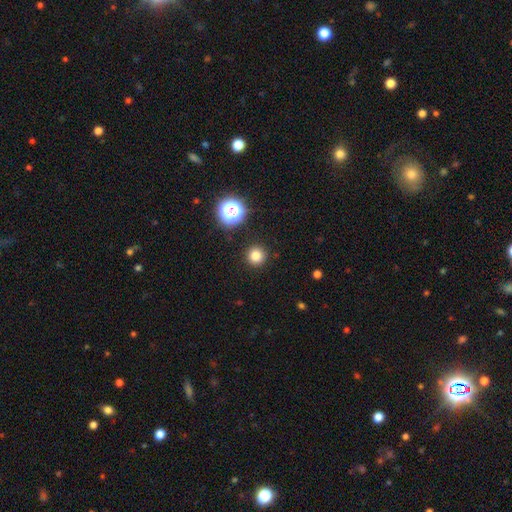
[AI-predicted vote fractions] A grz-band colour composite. It shows a smooth galaxy with no disk features (81%) that is round (96%). Merging: none (91%).